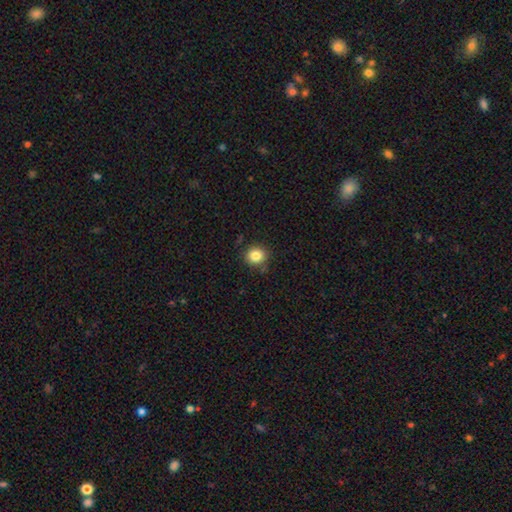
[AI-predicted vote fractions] A smooth galaxy with no disk features (84%) that is round (86%).

Vote fractions:
- Smooth or featured? smooth: 84% / star or artifact: 11% / featured or disk: 5%
- How rounded? round: 86% / in between: 13% / cigar-shaped: 1%
- Merging? none: 85% / minor disturbance: 10% / major disturbance: 3% / merger: 2%